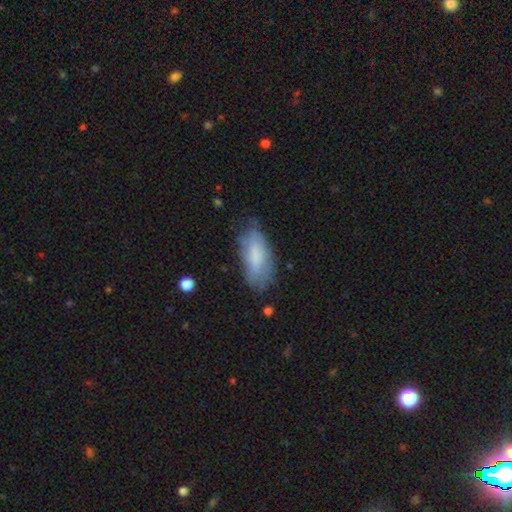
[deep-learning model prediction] Smooth or featured?
  - smooth: 70% *
  - featured or disk: 23%
  - star or artifact: 7%
How rounded?
  - in between: 86% *
  - cigar-shaped: 12%
  - round: 2%
Merging?
  - none: 61% *
  - minor disturbance: 28%
  - major disturbance: 8%
  - merger: 2%